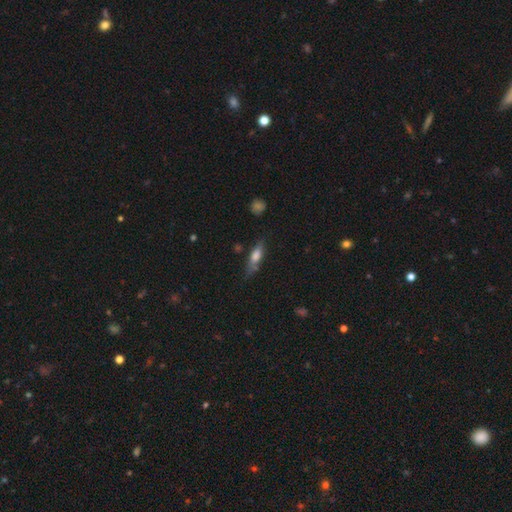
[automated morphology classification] Smooth or featured?
  - smooth: 61% *
  - featured or disk: 31%
  - star or artifact: 8%
How rounded?
  - cigar-shaped: 59% *
  - in between: 38%
  - round: 3%
Merging?
  - none: 61% *
  - minor disturbance: 26%
  - major disturbance: 9%
  - merger: 4%